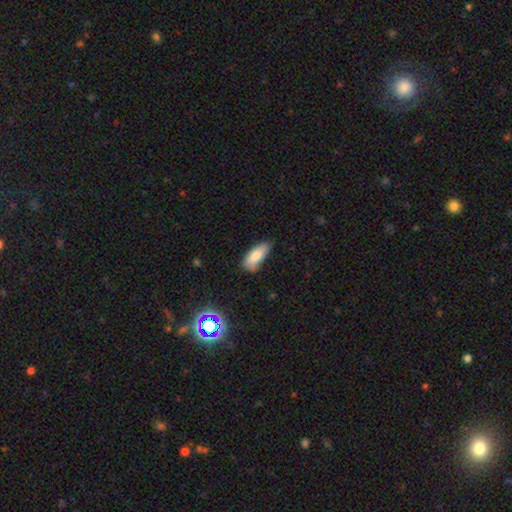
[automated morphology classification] A smooth galaxy with no disk features (80%) that is in between round and cigar-shaped (76%). Merging: none (65%).